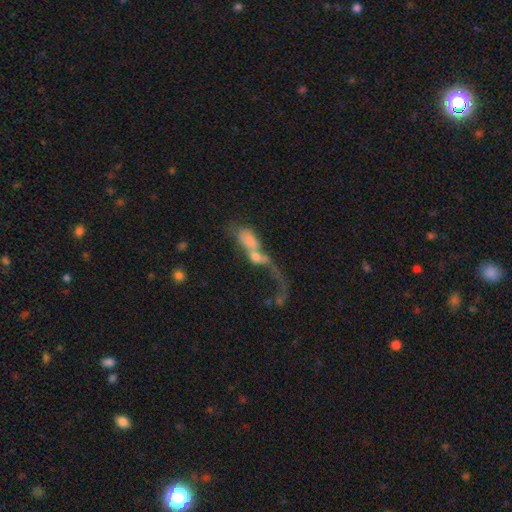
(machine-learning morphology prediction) This appears to be a smooth galaxy with no disk features (45%). Merging: merger (66%).